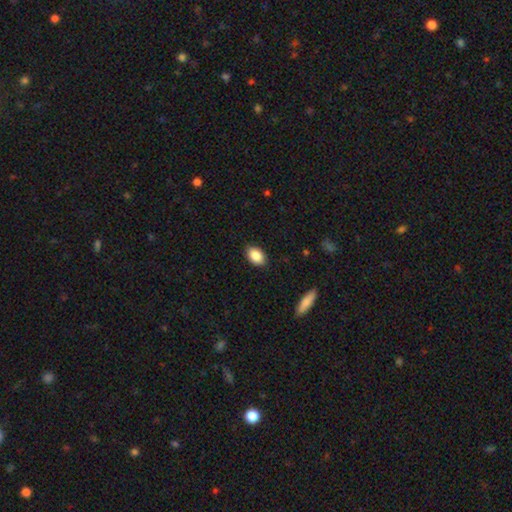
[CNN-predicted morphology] The model was most divided on "how rounded": in between: 88%, round: 11%, cigar-shaped: 1%. More confident: merging — none (88%); smooth or featured — smooth (88%).